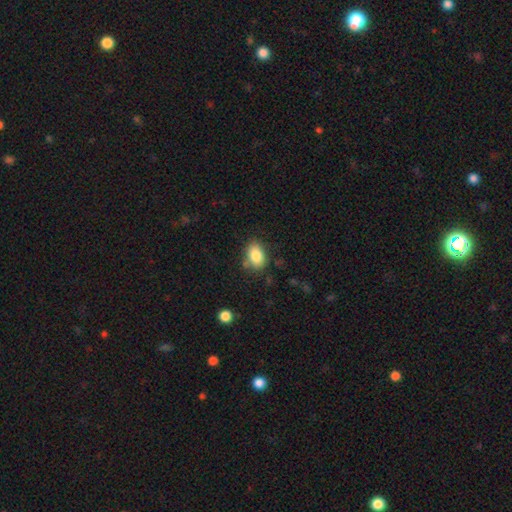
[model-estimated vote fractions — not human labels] Morphology: type=smooth (84%); roundness=in between (82%); merging=none (73%).